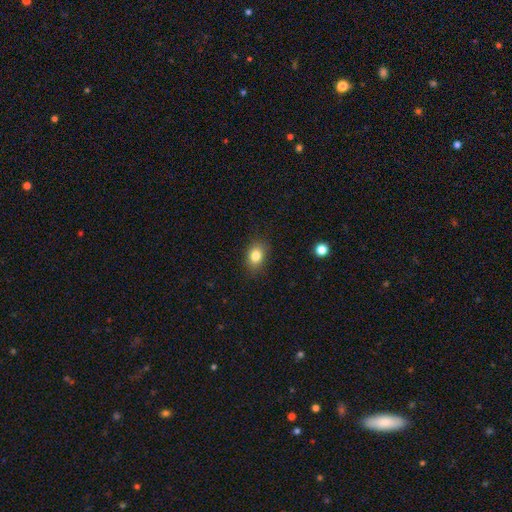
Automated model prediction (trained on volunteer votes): Q: Smooth or featured?
A: smooth (83%); runner-up: star or artifact (10%)
Q: How rounded?
A: in between (69%); runner-up: round (30%)
Q: Merging?
A: none (85%); runner-up: minor disturbance (11%)